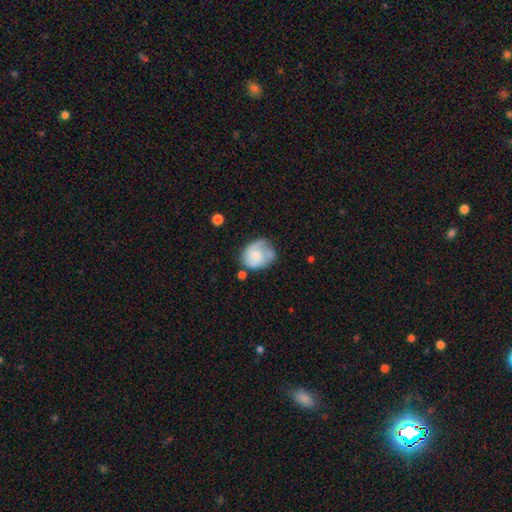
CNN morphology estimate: Smooth or featured? Predicted: featured or disk (p=0.48). Merging? Predicted: none (p=0.43).